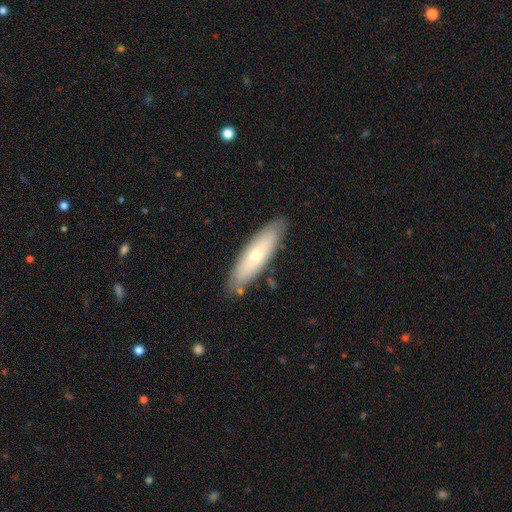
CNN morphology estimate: Overall: smooth (56%; featured or disk 38%). How rounded: cigar-shaped (58%; in between 40%). Merging: none (84%).